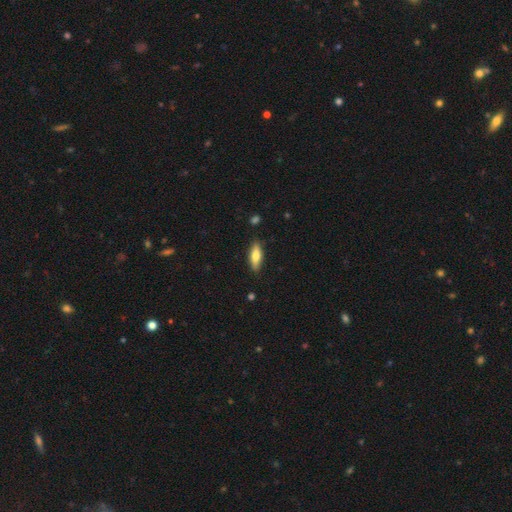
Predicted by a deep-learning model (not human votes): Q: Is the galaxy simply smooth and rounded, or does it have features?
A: smooth — 70%.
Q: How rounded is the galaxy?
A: in between — 53%.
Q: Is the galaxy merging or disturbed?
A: none — 85%.